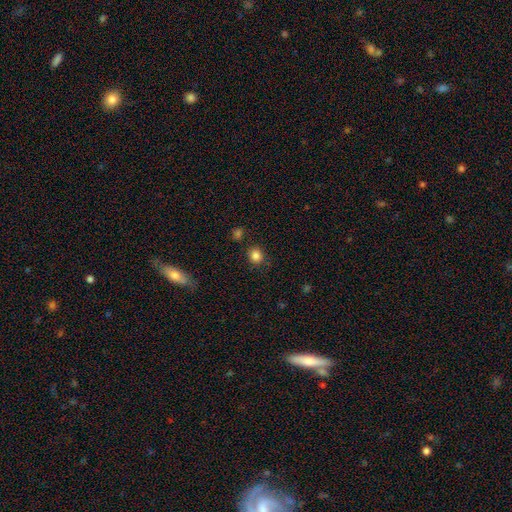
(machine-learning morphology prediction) This is clearly a smooth galaxy (84%). How rounded: clearly round (83%). Merging: clearly none (84%).